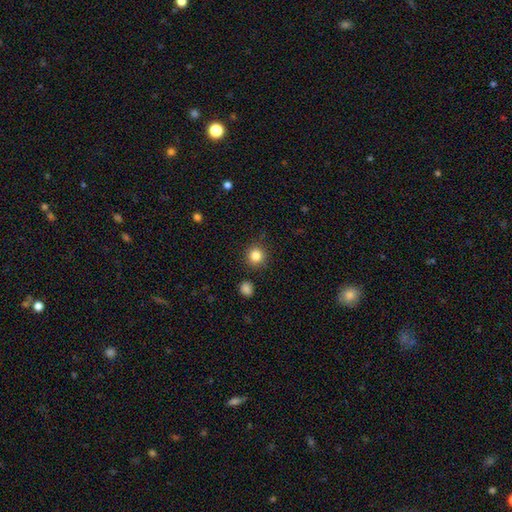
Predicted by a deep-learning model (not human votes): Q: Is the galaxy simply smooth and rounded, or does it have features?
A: smooth — 84%.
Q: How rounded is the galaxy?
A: round — 93%.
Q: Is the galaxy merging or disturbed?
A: none — 88%.